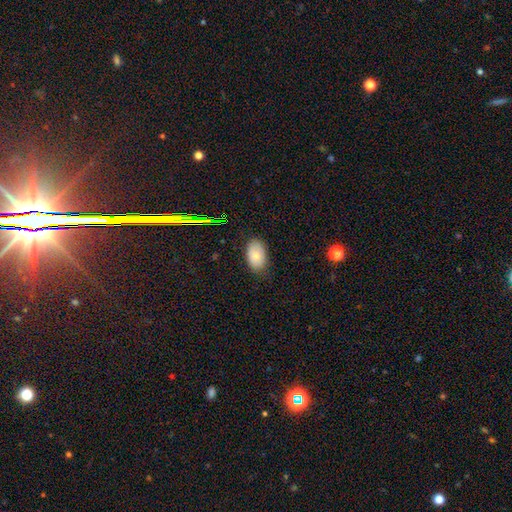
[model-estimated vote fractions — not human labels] The model was most divided on "smooth or featured": smooth: 75%, featured or disk: 15%, star or artifact: 10%. More confident: how rounded — in between (90%); merging — none (78%).